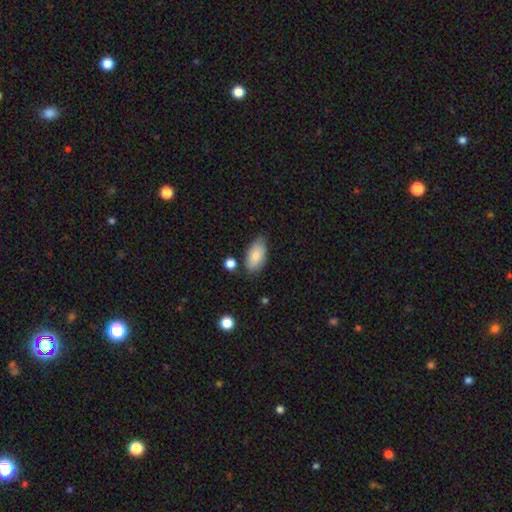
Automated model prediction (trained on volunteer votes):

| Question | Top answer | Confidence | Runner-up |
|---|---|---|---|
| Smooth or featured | smooth | 83% | featured or disk (11%) |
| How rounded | in between | 93% | cigar-shaped (4%) |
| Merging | none | 74% | minor disturbance (18%) |